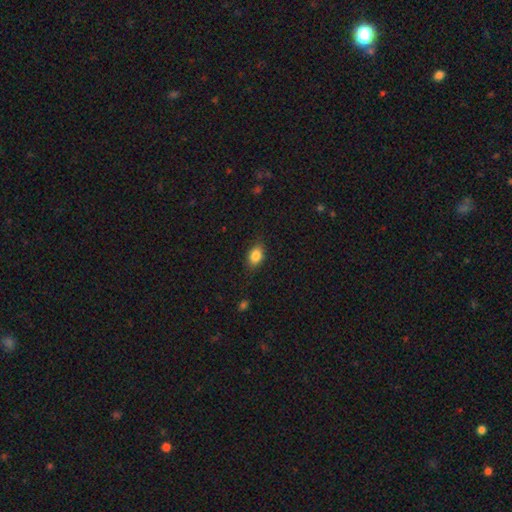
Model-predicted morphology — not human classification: smooth-or-featured: smooth: 85% | star or artifact: 9% | featured or disk: 6%
  how-rounded: in between: 79% | round: 19% | cigar-shaped: 2%
  merging: none: 83% | minor disturbance: 13% | major disturbance: 3% | merger: 1%